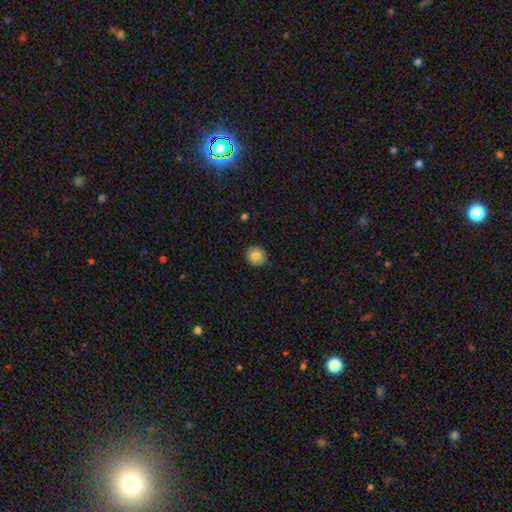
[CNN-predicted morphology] smooth-or-featured: smooth: 82% | star or artifact: 9% | featured or disk: 8%
  how-rounded: round: 88% | in between: 11% | cigar-shaped: 1%
  merging: none: 88% | minor disturbance: 9% | major disturbance: 2% | merger: 1%